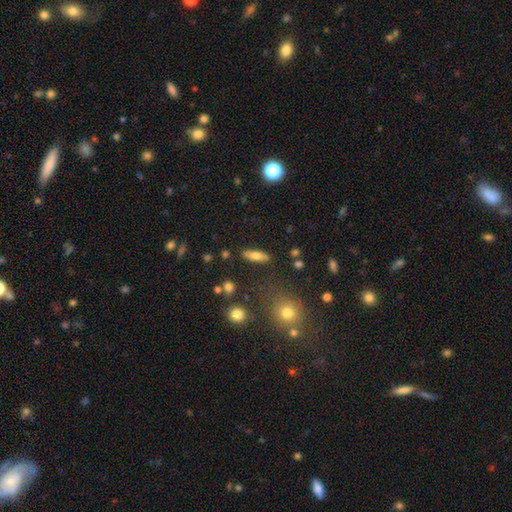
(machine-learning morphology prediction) Smooth or featured? smooth (67%)
How rounded? in between (55%)
Merging? none (85%)